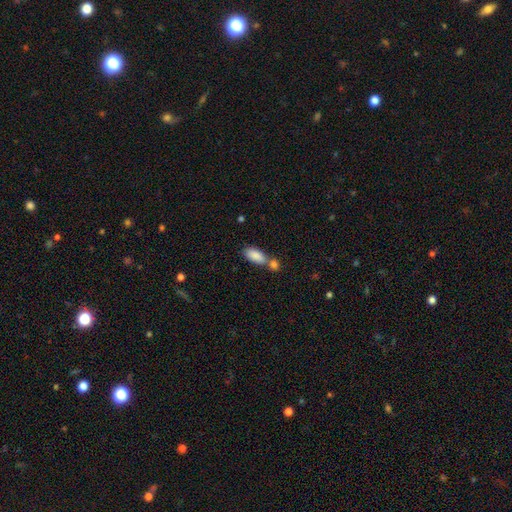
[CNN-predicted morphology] Q: Smooth or featured?
A: smooth (86%); runner-up: featured or disk (7%)
Q: How rounded?
A: in between (88%); runner-up: cigar-shaped (9%)
Q: Merging?
A: merger (45%); runner-up: none (41%)